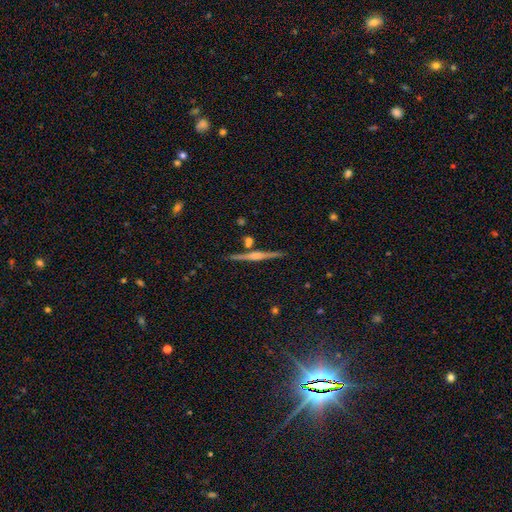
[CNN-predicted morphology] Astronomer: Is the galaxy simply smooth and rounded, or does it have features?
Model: featured or disk — 74%.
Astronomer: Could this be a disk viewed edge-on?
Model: yes — 98%.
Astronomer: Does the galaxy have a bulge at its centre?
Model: rounded — 65%.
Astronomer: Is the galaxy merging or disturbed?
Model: none — 86%.